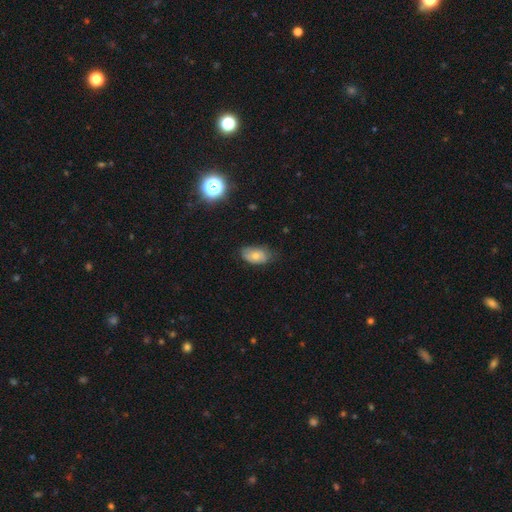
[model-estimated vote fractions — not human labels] A smooth galaxy with no disk features (68%) that is in between round and cigar-shaped (89%). Merging: none (63%).